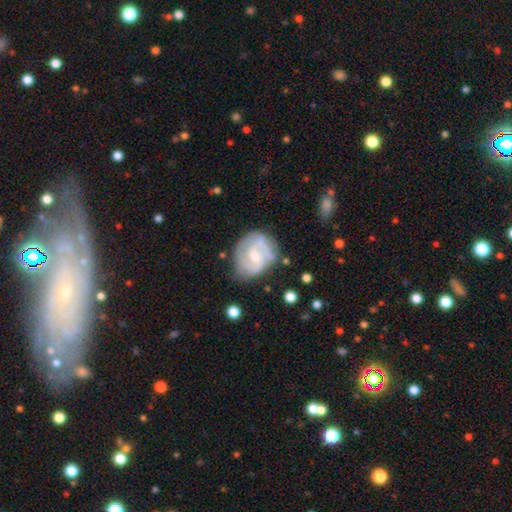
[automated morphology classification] The model was most divided on "bar": no: 49%, weak: 43%, strong: 8%. Remaining: edge-on disk — no (98%); spiral arms — yes (90%); smooth or featured — featured or disk (77%); merging — none (64%); spiral arm count — 2 (61%); bulge size — moderate (51%); spiral winding — medium (45%).